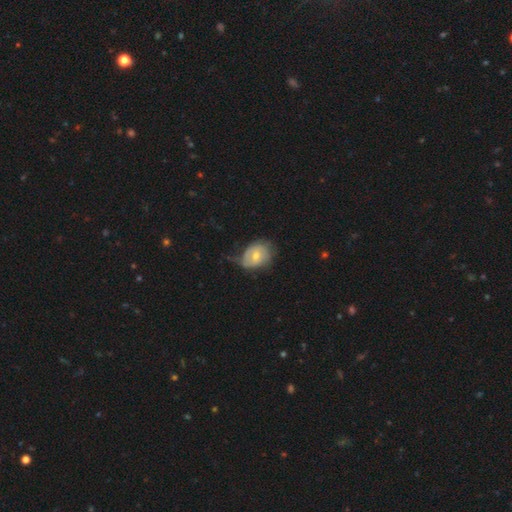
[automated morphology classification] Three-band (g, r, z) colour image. It shows a smooth galaxy with no disk features (48%). Merging: none (39%).